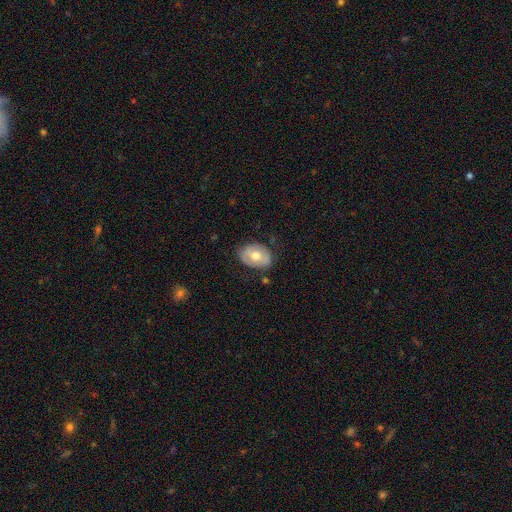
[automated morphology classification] This appears to be a smooth galaxy with no disk features (57%) that is in between round and cigar-shaped (75%). Merging: none (76%).